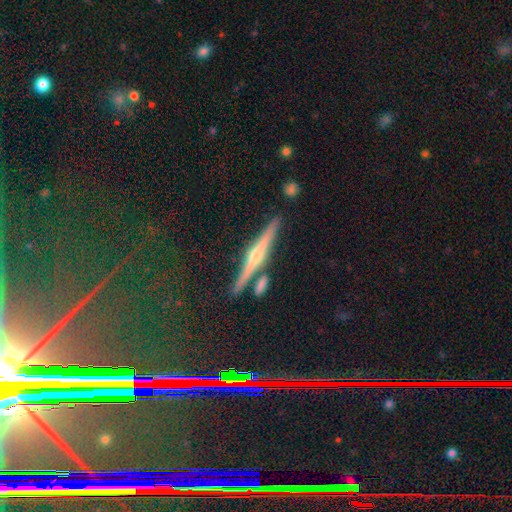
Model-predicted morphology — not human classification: A featured or disk galaxy (72%) viewed edge-on (97%) with a rounded central bulge (85%). Merging: none (84%).